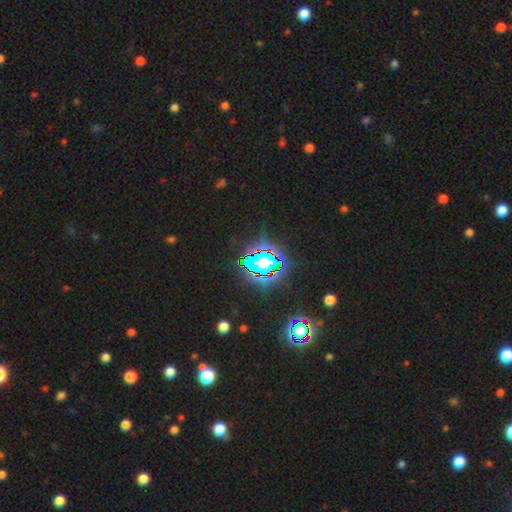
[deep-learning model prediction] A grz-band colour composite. It shows a star or artifact, not a galaxy (79%).